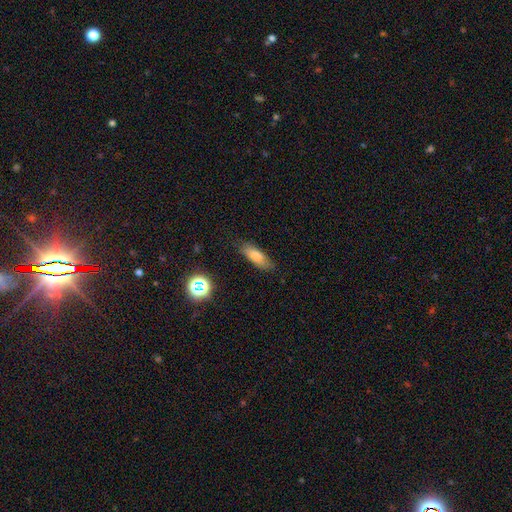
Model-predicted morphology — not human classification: Smooth or featured: smooth — 77% (featured or disk — 13%)
How rounded: in between — 61% (cigar-shaped — 36%)
Merging: none — 81% (minor disturbance — 15%)